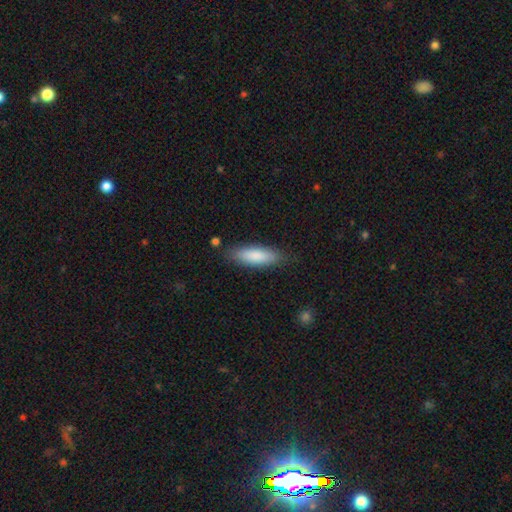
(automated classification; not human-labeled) Smooth or featured? smooth (84%)
How rounded? in between (52%)
Merging? none (83%)